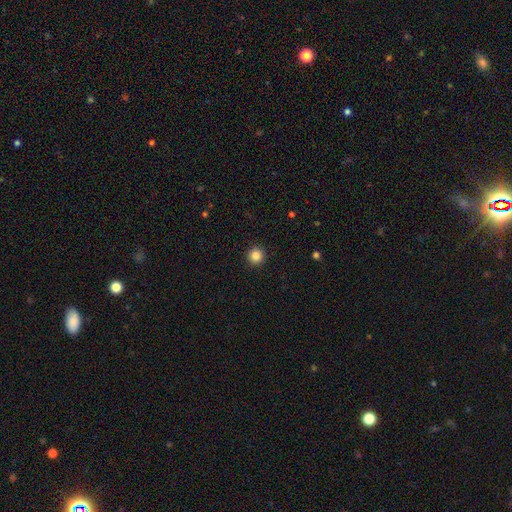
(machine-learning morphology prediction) Q: Smooth or featured?
A: smooth (85%); runner-up: star or artifact (11%)
Q: How rounded?
A: round (96%); runner-up: in between (3%)
Q: Merging?
A: none (93%); runner-up: minor disturbance (4%)